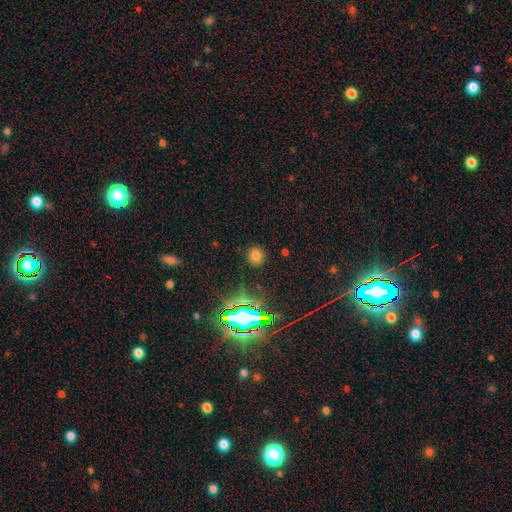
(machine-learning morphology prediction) Smooth or featured? smooth (69%)
How rounded? round (80%)
Merging? none (87%)